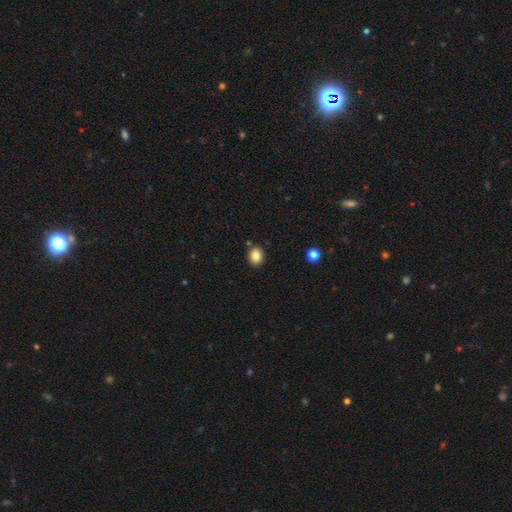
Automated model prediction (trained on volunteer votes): A smooth galaxy with no disk features (86%) that is in between round and cigar-shaped (52%).

Vote fractions:
- Smooth or featured? smooth: 86% / star or artifact: 10% / featured or disk: 5%
- How rounded? in between: 52% / round: 47% / cigar-shaped: 1%
- Merging? none: 85% / minor disturbance: 9% / merger: 3% / major disturbance: 2%